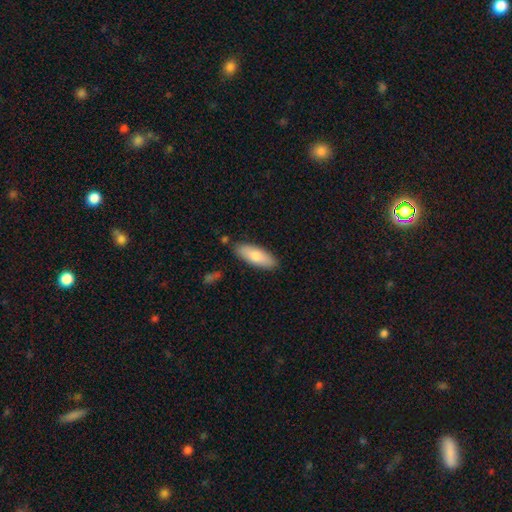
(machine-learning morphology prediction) Smooth or featured? Predicted: smooth (p=0.75). How rounded? Predicted: in between (p=0.70). Merging? Predicted: none (p=0.85).